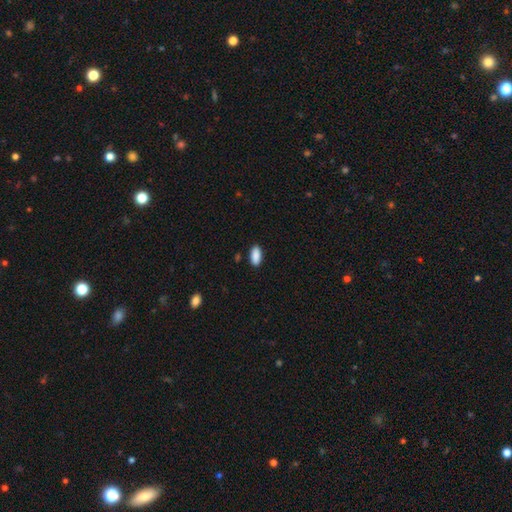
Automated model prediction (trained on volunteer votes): smooth-or-featured: smooth: 90% | star or artifact: 7% | featured or disk: 3%
  how-rounded: in between: 89% | cigar-shaped: 9% | round: 2%
  merging: none: 88% | minor disturbance: 9% | major disturbance: 2% | merger: 1%